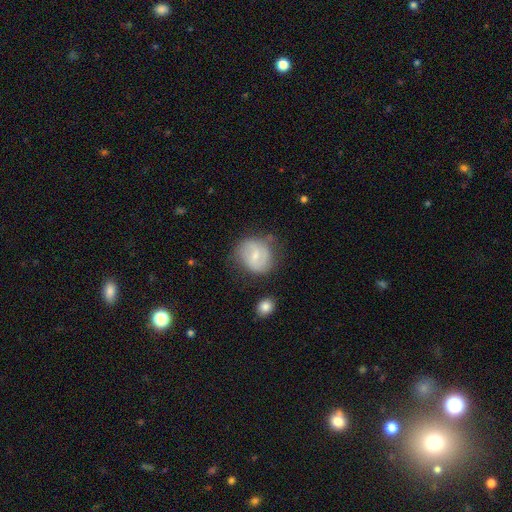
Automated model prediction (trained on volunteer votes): A featured or disk galaxy (47%). Merging: none (64%).